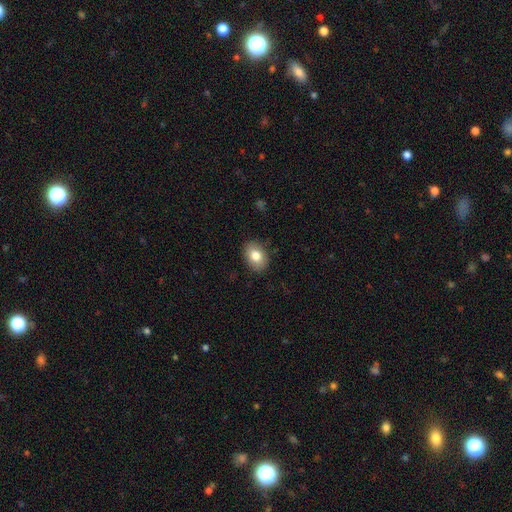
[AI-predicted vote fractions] Smooth or featured? smooth (81%)
How rounded? in between (76%)
Merging? none (86%)